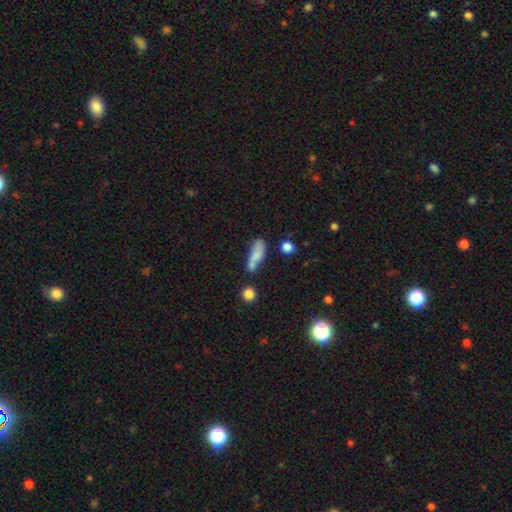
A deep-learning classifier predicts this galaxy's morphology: This appears to be a smooth galaxy with no disk features (69%) that is in between round and cigar-shaped (58%). Merging: none (38%).